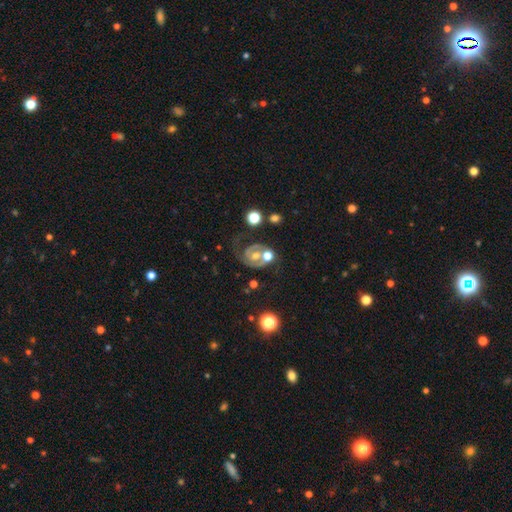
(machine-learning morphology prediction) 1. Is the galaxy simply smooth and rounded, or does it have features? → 81% featured or disk, 12% smooth, 7% star or artifact.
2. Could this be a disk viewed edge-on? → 98% no, 2% yes.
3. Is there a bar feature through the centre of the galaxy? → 63% no, 29% weak, 8% strong.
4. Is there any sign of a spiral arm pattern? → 91% yes, 9% no.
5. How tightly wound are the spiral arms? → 43% medium (tied), 43% tight (tied), 14% loose.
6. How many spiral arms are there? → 65% 2, 25% 1, 6% can't tell, 2% 3, 1% 4, 1% more than 4.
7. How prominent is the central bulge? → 64% moderate, 22% small, 9% large, 4% none, 2% dominant.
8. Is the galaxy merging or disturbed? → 43% none, 22% merger, 18% minor disturbance, 17% major disturbance.